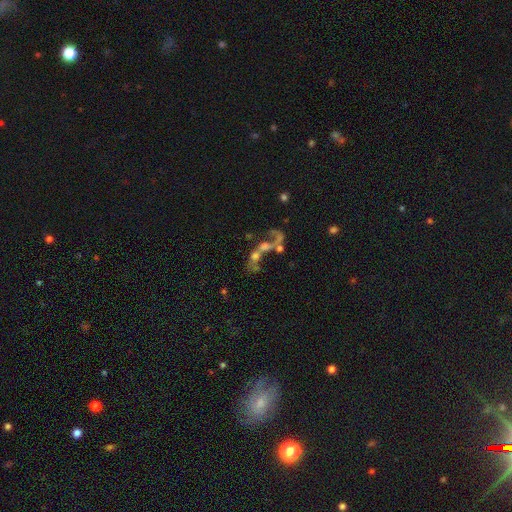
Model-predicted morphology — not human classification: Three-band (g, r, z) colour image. It shows a featured or disk galaxy (51%). Merging: merger (56%).